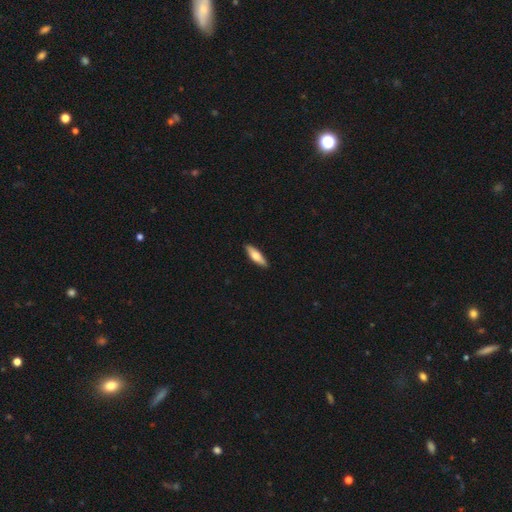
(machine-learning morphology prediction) This is likely a smooth galaxy (65%). How rounded: likely cigar-shaped (61%). Merging: clearly none (90%).